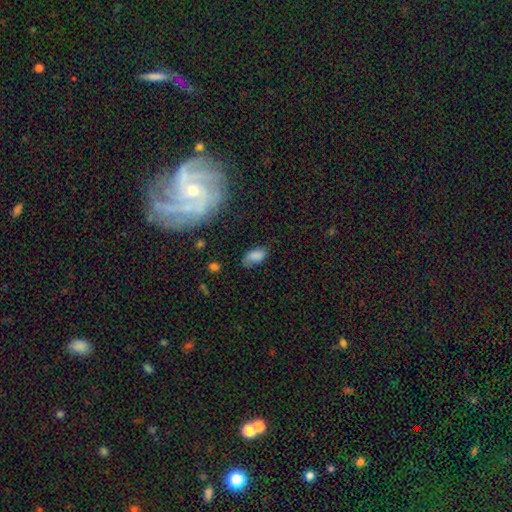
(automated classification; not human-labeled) smooth-or-featured: smooth: 79% | star or artifact: 11% | featured or disk: 9%
  how-rounded: in between: 92% | round: 5% | cigar-shaped: 3%
  merging: none: 61% | minor disturbance: 28% | major disturbance: 8% | merger: 2%